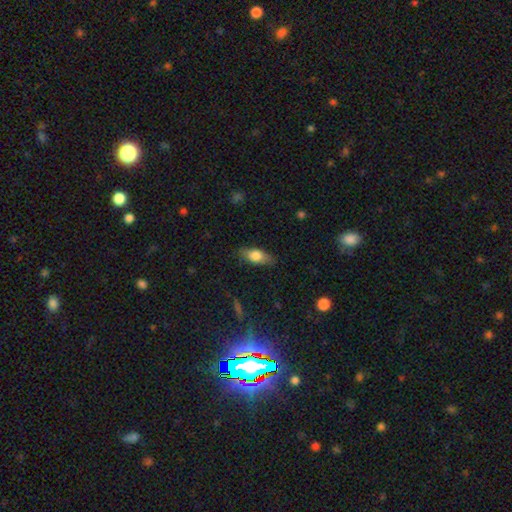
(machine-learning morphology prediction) Q: Smooth or featured?
A: smooth (72%); runner-up: featured or disk (21%)
Q: How rounded?
A: in between (78%); runner-up: cigar-shaped (17%)
Q: Merging?
A: none (82%); runner-up: minor disturbance (14%)